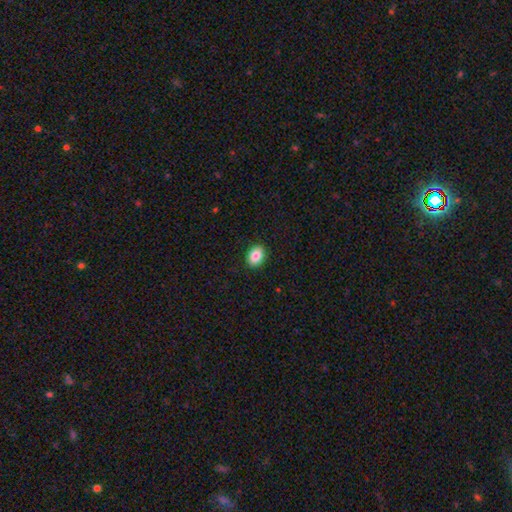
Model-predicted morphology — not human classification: A smooth galaxy with no disk features (85%) that is in between round and cigar-shaped (73%).

Vote fractions:
- Smooth or featured? smooth: 85% / star or artifact: 8% / featured or disk: 7%
- How rounded? in between: 73% / round: 26% / cigar-shaped: 1%
- Merging? none: 91% / minor disturbance: 7% / major disturbance: 2% / merger: 1%